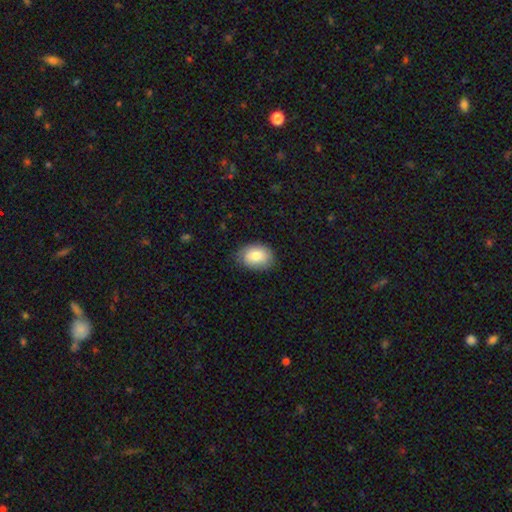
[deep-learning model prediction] Q: Smooth or featured?
A: smooth (81%); runner-up: featured or disk (13%)
Q: How rounded?
A: in between (77%); runner-up: round (22%)
Q: Merging?
A: none (78%); runner-up: minor disturbance (17%)